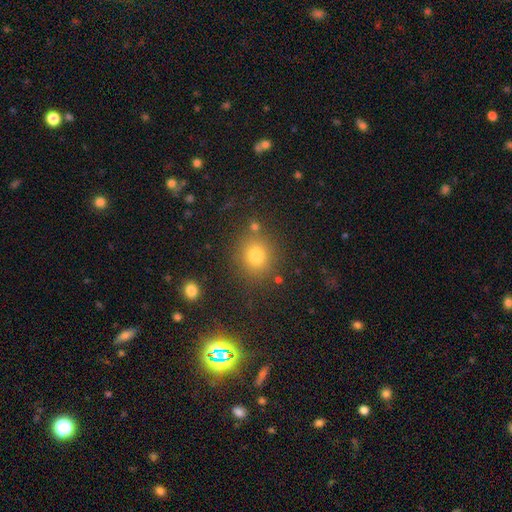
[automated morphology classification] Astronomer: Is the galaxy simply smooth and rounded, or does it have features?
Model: smooth — 75%.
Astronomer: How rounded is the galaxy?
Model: round — 81%.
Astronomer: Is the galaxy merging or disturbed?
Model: none — 80%.